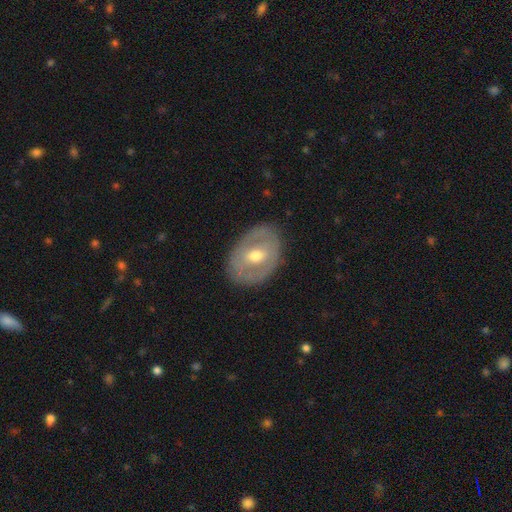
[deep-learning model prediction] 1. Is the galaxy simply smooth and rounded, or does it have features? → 59% featured or disk, 35% smooth, 6% star or artifact.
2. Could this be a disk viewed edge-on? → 92% no, 8% yes.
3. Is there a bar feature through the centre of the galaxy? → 42% no, 39% weak, 19% strong.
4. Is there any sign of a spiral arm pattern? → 71% no, 29% yes.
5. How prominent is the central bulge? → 69% moderate, 24% small, 5% large, 1% none, 1% dominant.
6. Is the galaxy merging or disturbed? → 80% none, 14% minor disturbance, 4% major disturbance, 1% merger.